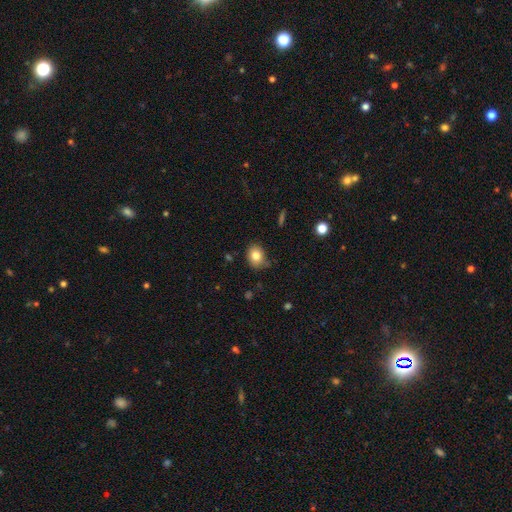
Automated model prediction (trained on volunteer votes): This appears to be a smooth galaxy with no disk features (80%) that is round (52%). Merging: none (74%).